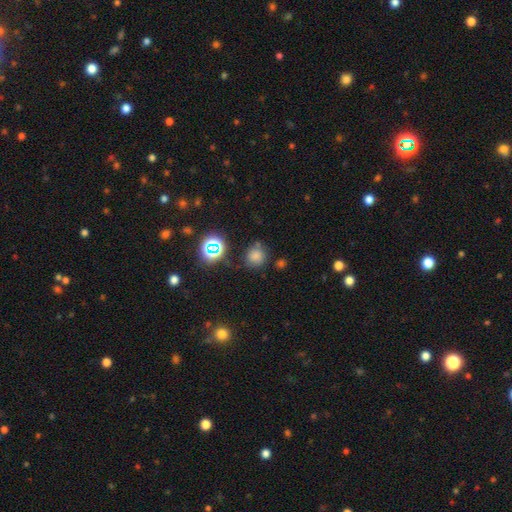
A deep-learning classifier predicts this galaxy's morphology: smooth_or_featured: smooth (p=0.71) [alt: star or artifact p=0.22]
how_rounded: round (p=0.83) [alt: in between p=0.16]
merging: none (p=0.69) [alt: minor disturbance p=0.19]